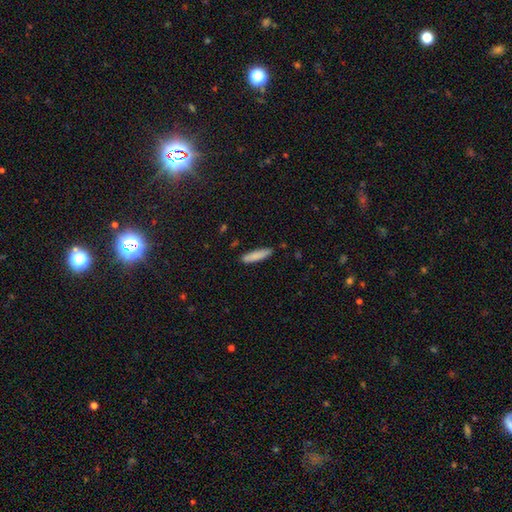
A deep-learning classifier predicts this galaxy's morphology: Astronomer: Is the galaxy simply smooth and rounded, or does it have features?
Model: smooth — 85%.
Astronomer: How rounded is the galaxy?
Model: cigar-shaped — 79%.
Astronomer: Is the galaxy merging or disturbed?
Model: none — 86%.